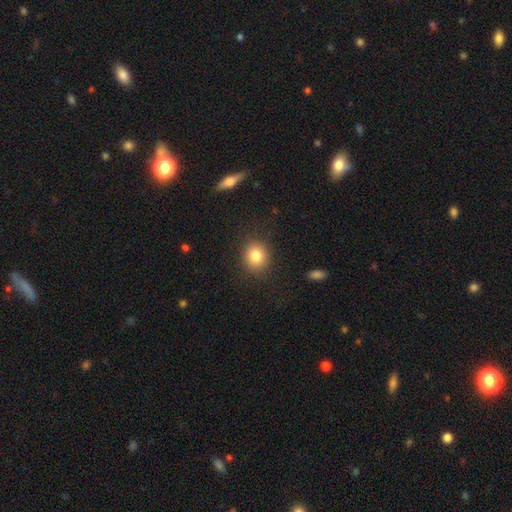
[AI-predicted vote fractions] smooth-or-featured: smooth: 81% | star or artifact: 10% | featured or disk: 8%
  how-rounded: round: 79% | in between: 20% | cigar-shaped: 1%
  merging: none: 88% | minor disturbance: 8% | major disturbance: 3% | merger: 1%